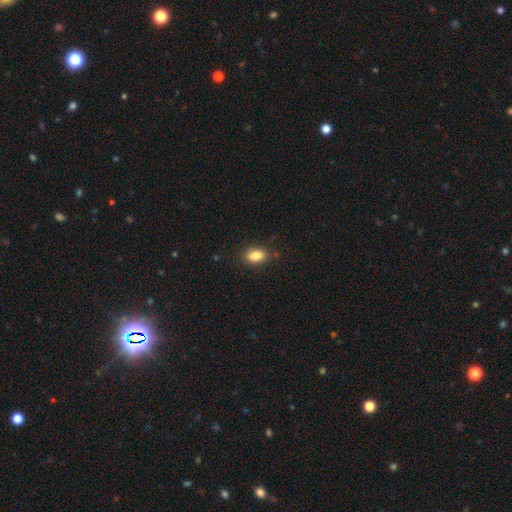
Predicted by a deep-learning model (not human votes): This appears to be a smooth galaxy with no disk features (86%) that is in between round and cigar-shaped (87%). Merging: none (85%).